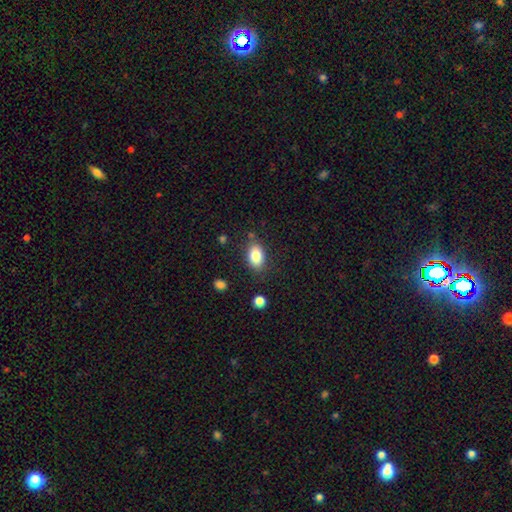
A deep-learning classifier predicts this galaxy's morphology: Overall: smooth (84%). How rounded: in between (87%). Merging: none (80%).